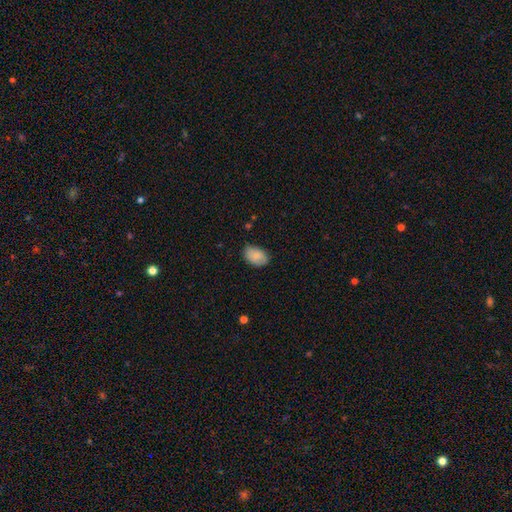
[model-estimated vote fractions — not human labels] Smooth or featured? Predicted: smooth (p=0.84). How rounded? Predicted: in between (p=0.87). Merging? Predicted: none (p=0.76).